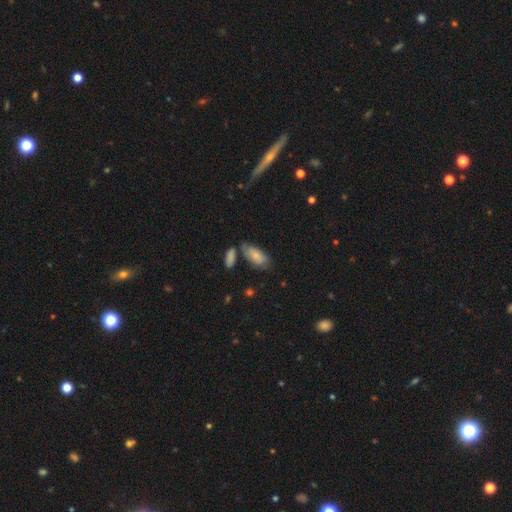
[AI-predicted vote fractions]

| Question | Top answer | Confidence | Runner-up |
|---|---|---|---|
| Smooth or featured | smooth | 76% | featured or disk (18%) |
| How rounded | in between | 88% | cigar-shaped (9%) |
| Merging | none | 54% | minor disturbance (24%) |